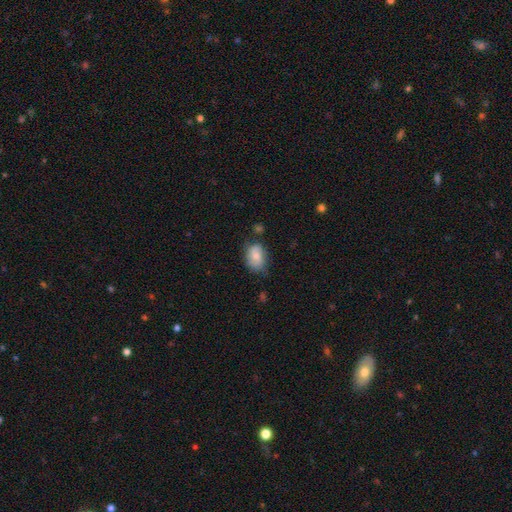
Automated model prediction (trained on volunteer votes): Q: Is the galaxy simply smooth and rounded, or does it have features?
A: smooth — 76%.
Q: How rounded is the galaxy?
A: in between — 79%.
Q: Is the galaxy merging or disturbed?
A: none — 61%.